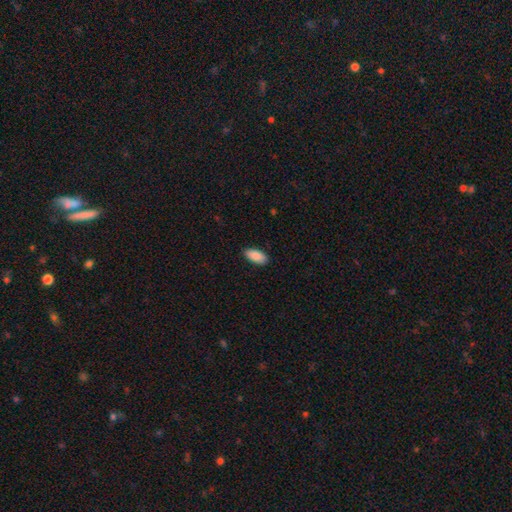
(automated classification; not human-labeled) A smooth galaxy with no disk features (90%) that is in between round and cigar-shaped (91%).

Vote fractions:
- Smooth or featured? smooth: 90% / star or artifact: 6% / featured or disk: 4%
- How rounded? in between: 91% / cigar-shaped: 7% / round: 2%
- Merging? none: 88% / minor disturbance: 9% / major disturbance: 2% / merger: 1%